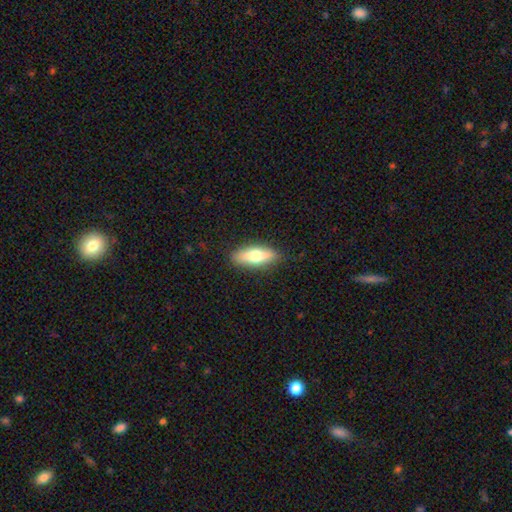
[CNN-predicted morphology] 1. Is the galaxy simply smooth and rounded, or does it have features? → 64% smooth, 30% featured or disk, 6% star or artifact.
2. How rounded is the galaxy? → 61% in between, 36% cigar-shaped, 3% round.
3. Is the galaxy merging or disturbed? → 87% none, 10% minor disturbance, 2% major disturbance, 1% merger.